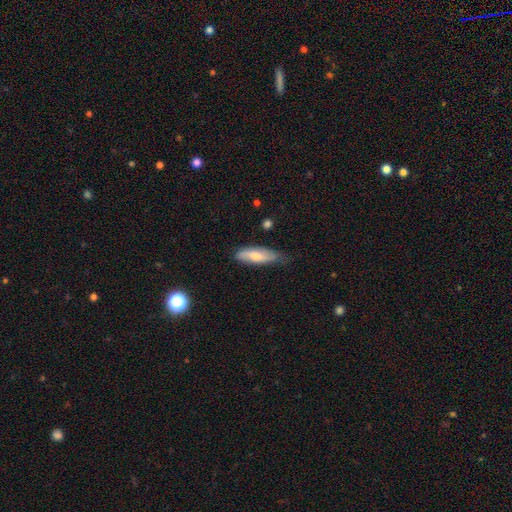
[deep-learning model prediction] Morphology: type=smooth (67%); roundness=in between (53%); merging=none (59%).